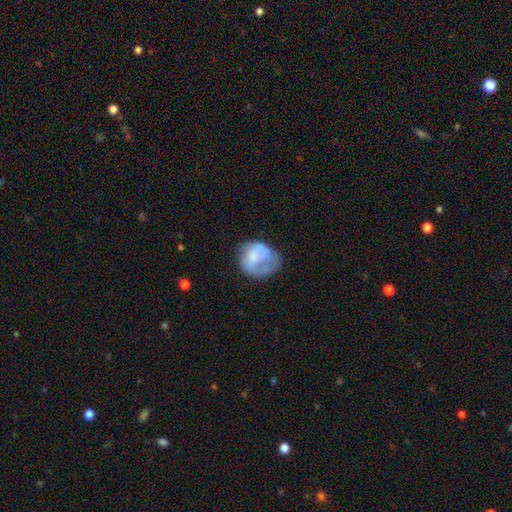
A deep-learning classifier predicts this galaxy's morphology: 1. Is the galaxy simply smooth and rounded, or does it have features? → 54% smooth, 38% featured or disk, 8% star or artifact.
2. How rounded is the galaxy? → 56% round, 44% in between, 1% cigar-shaped.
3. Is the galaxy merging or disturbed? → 36% major disturbance, 32% none, 29% minor disturbance, 4% merger.